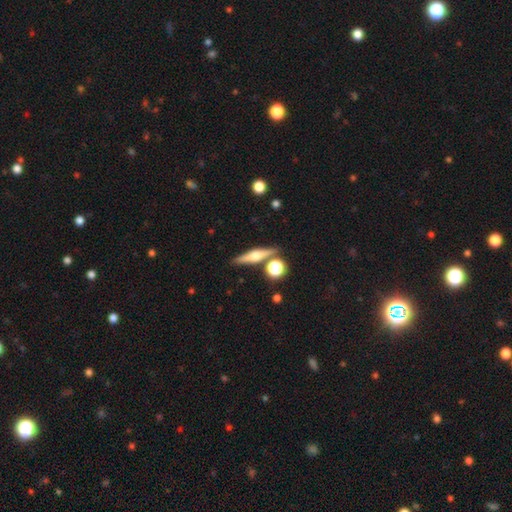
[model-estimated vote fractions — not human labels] Smooth or featured: featured or disk — 64% (smooth — 27%)
Edge-on disk: yes — 96% (no — 4%)
Edge-on bulge: rounded — 91% (boxy — 6%)
Merging: none — 81% (merger — 8%)